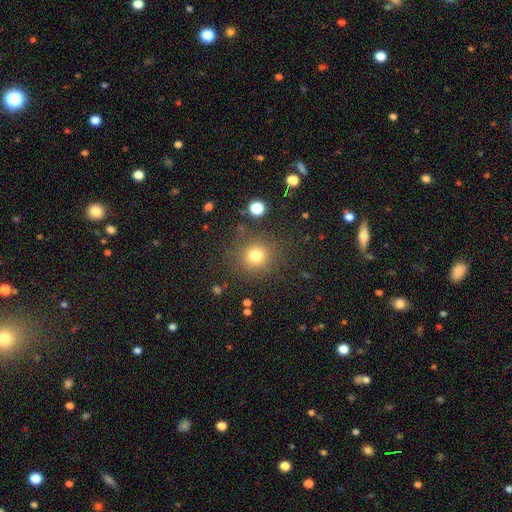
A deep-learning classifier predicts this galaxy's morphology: smooth-or-featured: smooth: 77% | star or artifact: 16% | featured or disk: 7%
  how-rounded: round: 90% | in between: 9% | cigar-shaped: 1%
  merging: none: 85% | minor disturbance: 8% | major disturbance: 4% | merger: 3%